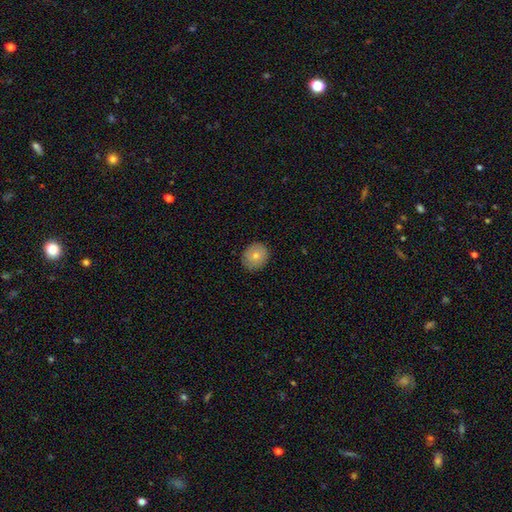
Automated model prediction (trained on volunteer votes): Smooth or featured?
  - smooth: 76% *
  - featured or disk: 16%
  - star or artifact: 8%
How rounded?
  - round: 78% *
  - in between: 21%
  - cigar-shaped: 1%
Merging?
  - none: 85% *
  - minor disturbance: 12%
  - major disturbance: 2%
  - merger: 1%